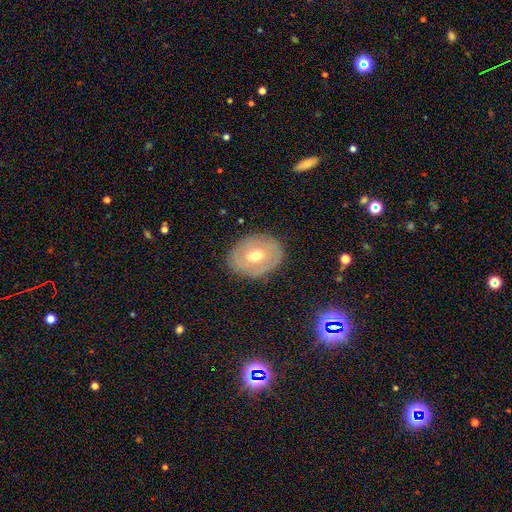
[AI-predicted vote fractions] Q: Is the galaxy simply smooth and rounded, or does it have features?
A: featured or disk — 50%.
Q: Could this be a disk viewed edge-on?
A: no — 91%.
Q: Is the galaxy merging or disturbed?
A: none — 82%.